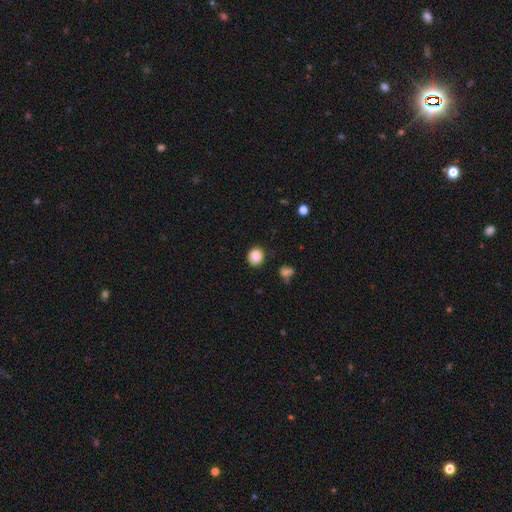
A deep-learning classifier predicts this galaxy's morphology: This appears to be a smooth galaxy with no disk features (85%) that is round (82%). Merging: none (88%).